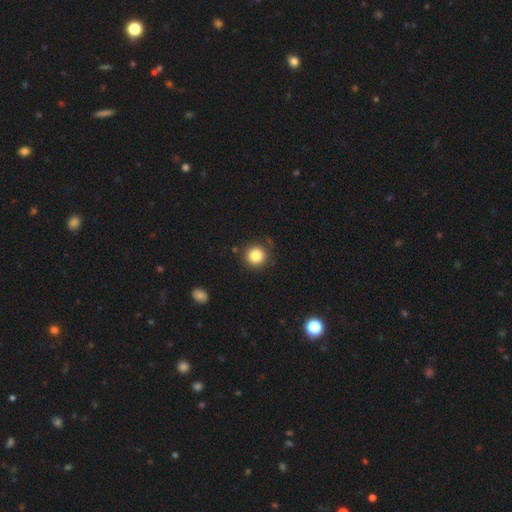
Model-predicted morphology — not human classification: smooth_or_featured: smooth (p=0.84) [alt: star or artifact p=0.11]
how_rounded: round (p=0.94) [alt: in between p=0.05]
merging: none (p=0.86) [alt: minor disturbance p=0.09]